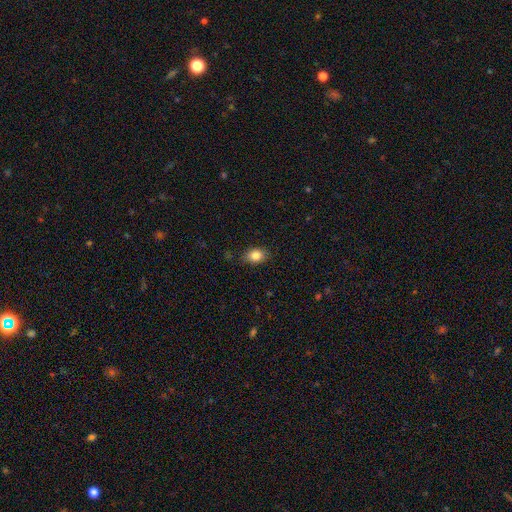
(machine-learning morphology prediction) type=smooth (84%); roundness=in between (77%); merging=none (82%).